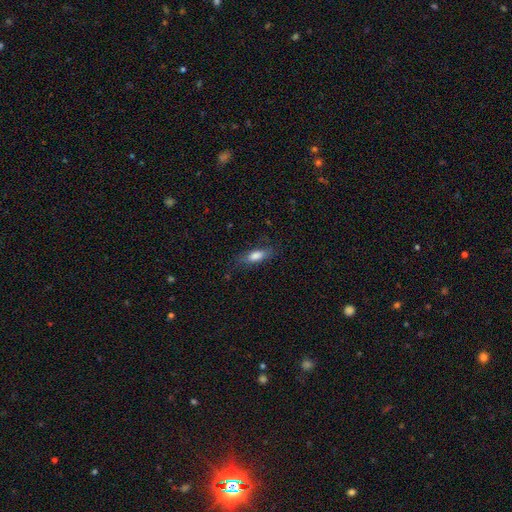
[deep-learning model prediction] A smooth galaxy with no disk features (77%) that is in between round and cigar-shaped (68%). Merging: none (72%).